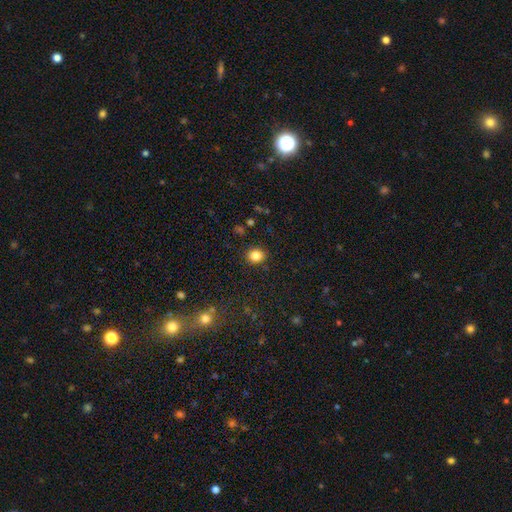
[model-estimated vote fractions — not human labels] smooth-or-featured: smooth: 84% | star or artifact: 11% | featured or disk: 5%
  how-rounded: round: 77% | in between: 22% | cigar-shaped: 1%
  merging: none: 89% | minor disturbance: 7% | major disturbance: 2% | merger: 1%